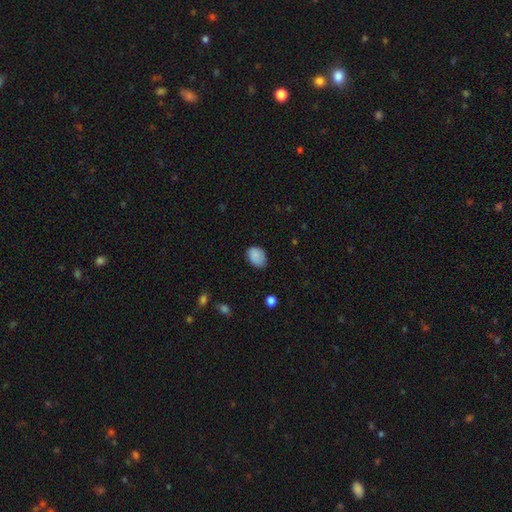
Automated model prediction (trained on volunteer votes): This appears to be a smooth galaxy with no disk features (86%) that is in between round and cigar-shaped (73%). Merging: none (71%).